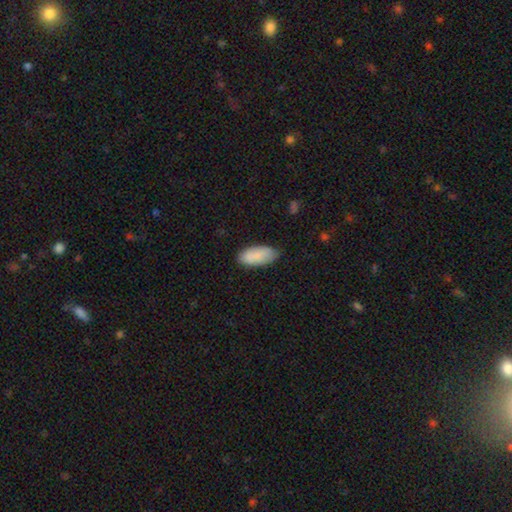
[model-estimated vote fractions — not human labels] smooth_or_featured: smooth (p=0.87) [alt: featured or disk p=0.07]
how_rounded: in between (p=0.90) [alt: cigar-shaped p=0.08]
merging: none (p=0.76) [alt: minor disturbance p=0.20]